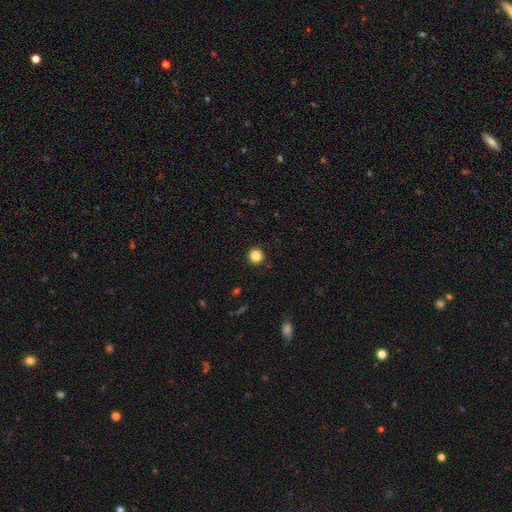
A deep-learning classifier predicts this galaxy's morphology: smooth 84%, star or artifact 11%, featured or disk 4%. Down the decision tree: how rounded — round (95%); merging — none (92%).